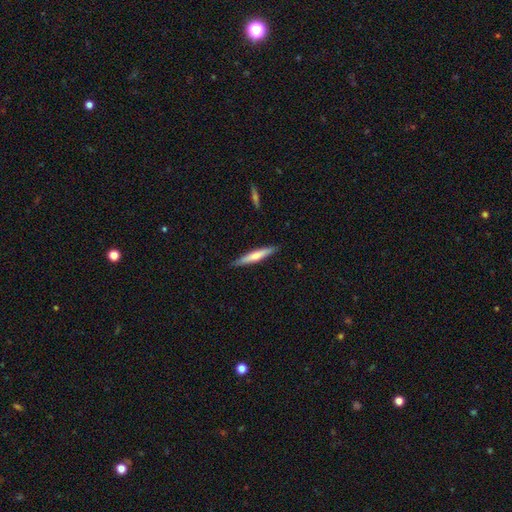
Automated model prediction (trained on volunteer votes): smooth-or-featured: smooth: 62% | featured or disk: 33% | star or artifact: 5%
  how-rounded: cigar-shaped: 92% | in between: 7% | round: 1%
  merging: none: 88% | minor disturbance: 9% | major disturbance: 2% | merger: 1%